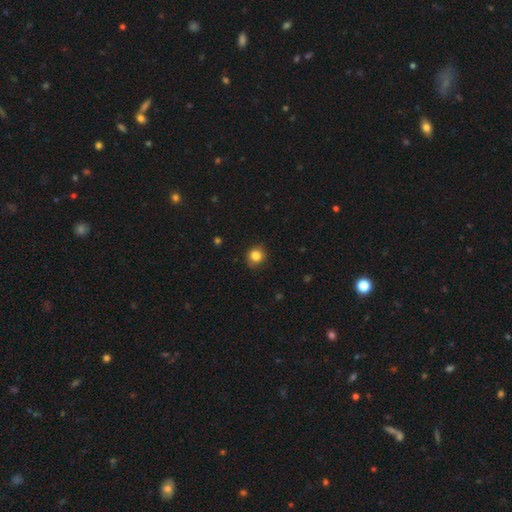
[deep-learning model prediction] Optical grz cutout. It shows a smooth galaxy with no disk features (85%) that is round (88%). Merging: none (84%).